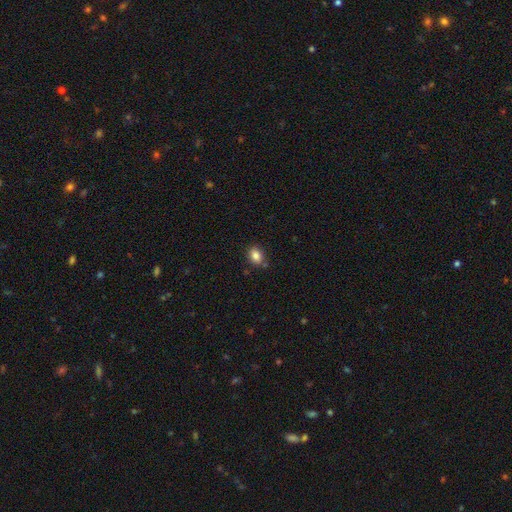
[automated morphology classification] smooth_or_featured: smooth (p=0.85) [alt: star or artifact p=0.10]
how_rounded: in between (p=0.68) [alt: round p=0.31]
merging: none (p=0.79) [alt: minor disturbance p=0.13]